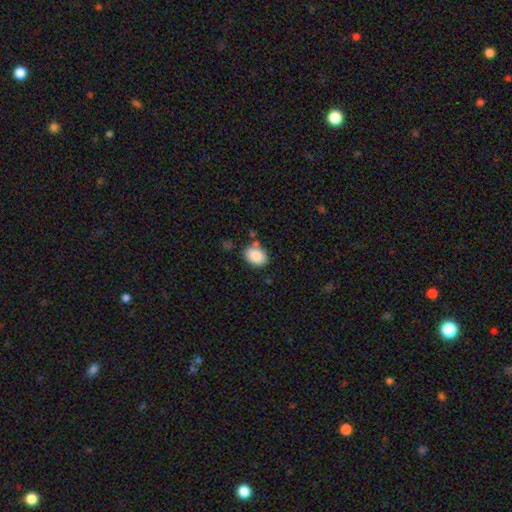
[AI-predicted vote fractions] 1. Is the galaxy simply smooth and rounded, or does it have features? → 88% smooth, 7% star or artifact, 5% featured or disk.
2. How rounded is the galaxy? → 80% in between, 19% round, 1% cigar-shaped.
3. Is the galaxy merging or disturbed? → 73% none, 15% minor disturbance, 7% merger, 4% major disturbance.